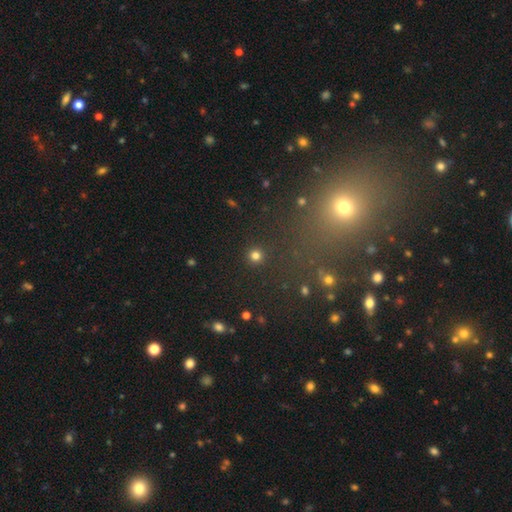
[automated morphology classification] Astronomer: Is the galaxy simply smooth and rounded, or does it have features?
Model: smooth — 80%.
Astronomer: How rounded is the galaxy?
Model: round — 95%.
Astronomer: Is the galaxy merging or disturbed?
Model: none — 92%.